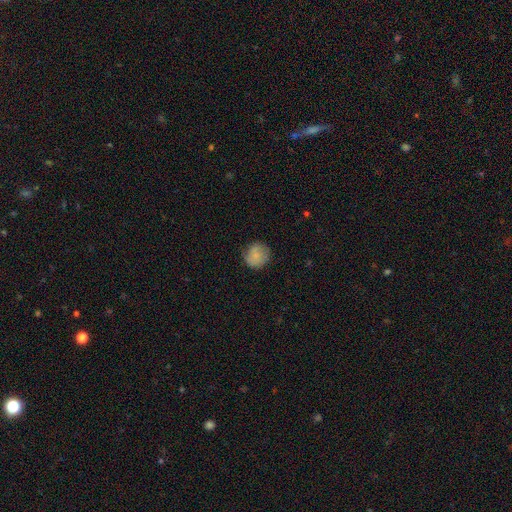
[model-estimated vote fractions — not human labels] Smooth or featured: smooth — 73% (featured or disk — 19%)
How rounded: round — 87% (in between — 12%)
Merging: none — 72% (minor disturbance — 21%)